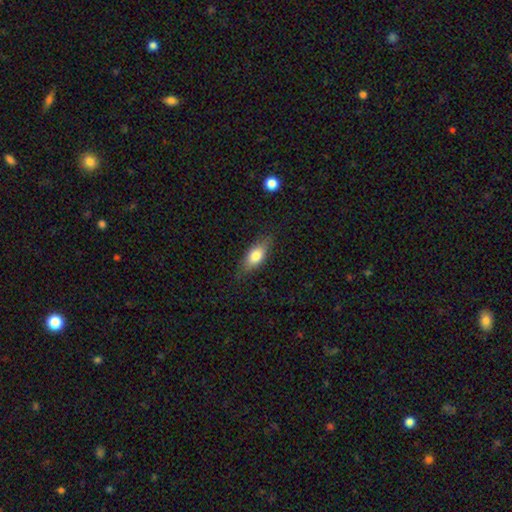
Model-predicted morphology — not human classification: smooth_or_featured: smooth (p=0.75) [alt: featured or disk p=0.18]
how_rounded: in between (p=0.78) [alt: cigar-shaped p=0.18]
merging: none (p=0.81) [alt: minor disturbance p=0.15]